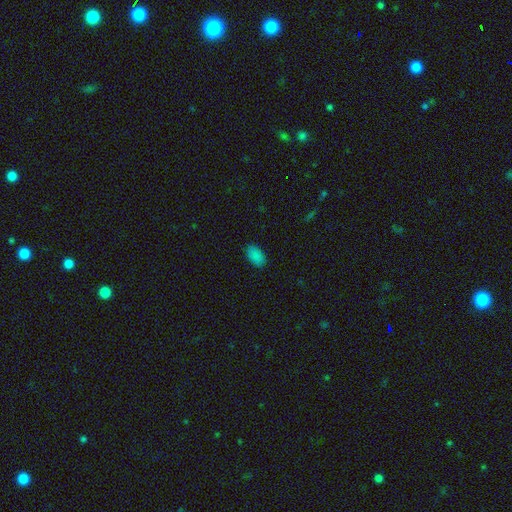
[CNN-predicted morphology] This is clearly a smooth galaxy (86%). How rounded: clearly in between (94%). Merging: clearly none (87%).